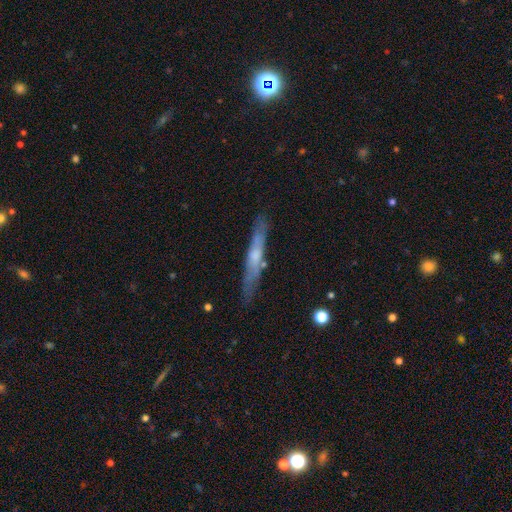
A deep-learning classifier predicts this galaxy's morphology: Q: Smooth or featured?
A: featured or disk (54%); runner-up: smooth (40%)
Q: Edge-on disk?
A: yes (88%); runner-up: no (12%)
Q: Merging?
A: none (81%); runner-up: minor disturbance (14%)